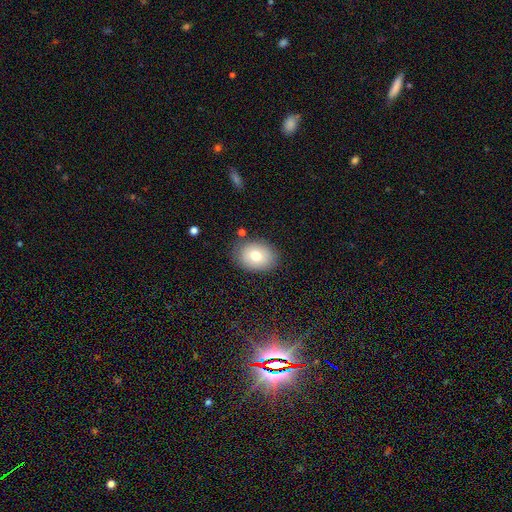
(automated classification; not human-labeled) smooth 73%, featured or disk 18%, star or artifact 9%. Down the decision tree: how rounded — in between (59%); merging — none (83%).